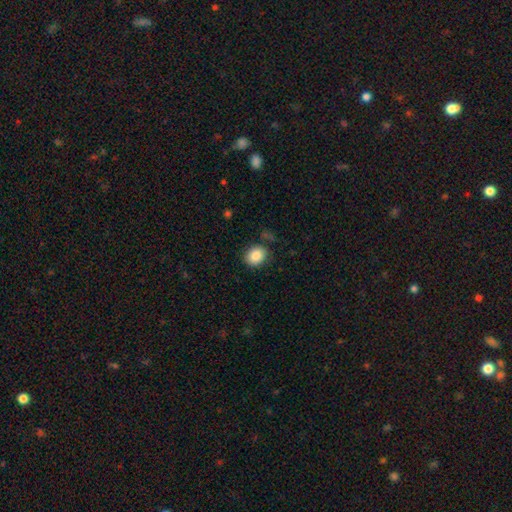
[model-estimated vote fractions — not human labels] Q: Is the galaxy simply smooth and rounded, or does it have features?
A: smooth — 86%.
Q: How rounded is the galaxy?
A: round — 62%.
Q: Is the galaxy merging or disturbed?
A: none — 81%.